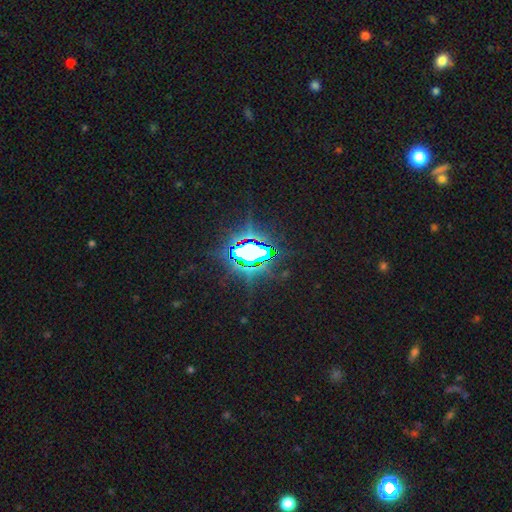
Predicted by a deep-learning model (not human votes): Smooth or featured? Predicted: star or artifact (p=0.79).